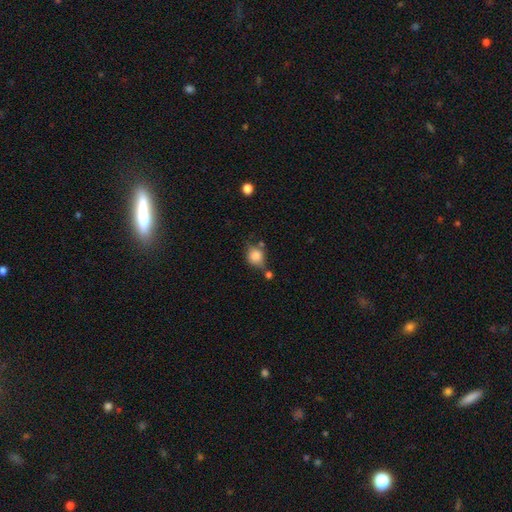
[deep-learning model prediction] The model was most divided on "merging": none: 52%, minor disturbance: 24%, merger: 15%, major disturbance: 9%. More confident: smooth or featured — smooth (77%); how rounded — round (70%).